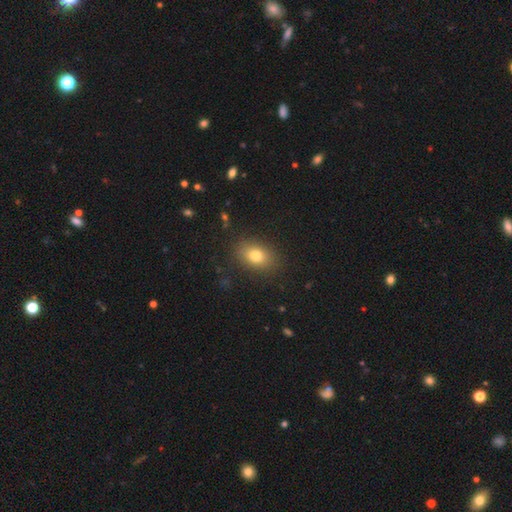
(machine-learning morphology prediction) This is likely a smooth galaxy (79%). How rounded: likely in between (76%). Merging: clearly none (85%).